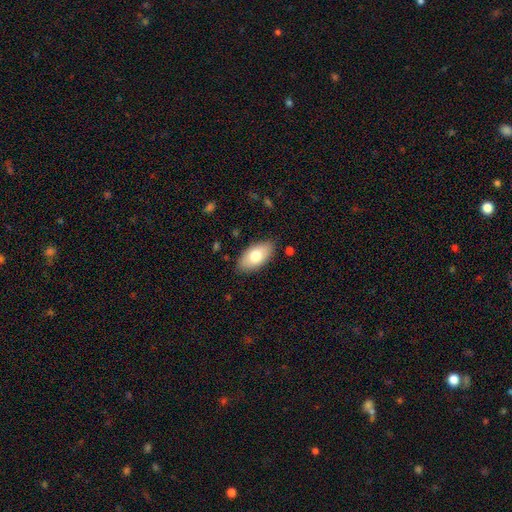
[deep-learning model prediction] Morphology: type=smooth (75%); roundness=in between (94%); merging=none (85%).